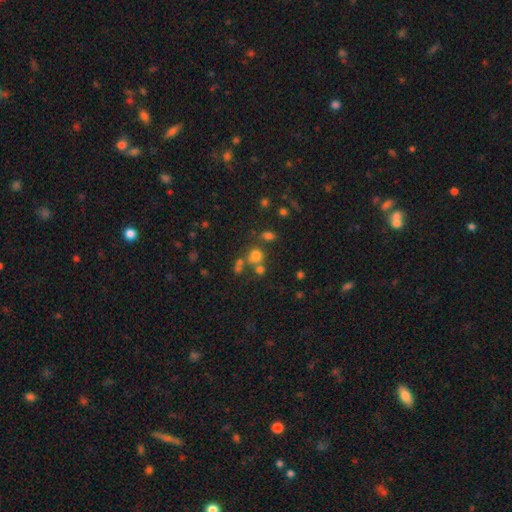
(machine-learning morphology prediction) smooth 65%, star or artifact 24%, featured or disk 11%. Down the decision tree: how rounded — round (79%); merging — none (56%).